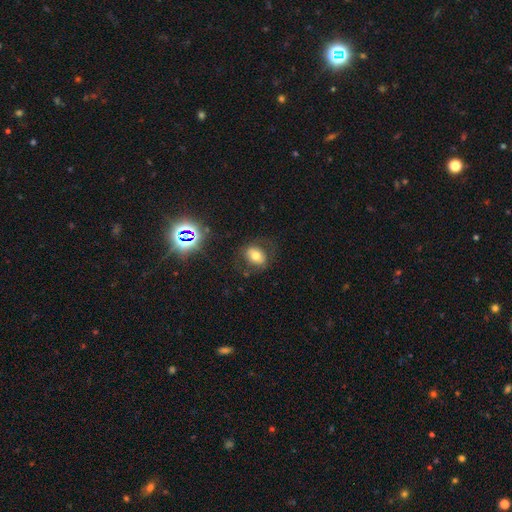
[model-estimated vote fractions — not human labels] A smooth galaxy with no disk features (63%) that is in between round and cigar-shaped (63%).

Vote fractions:
- Smooth or featured? smooth: 63% / featured or disk: 22% / star or artifact: 15%
- How rounded? in between: 63% / round: 36% / cigar-shaped: 1%
- Merging? none: 73% / minor disturbance: 15% / major disturbance: 10% / merger: 2%